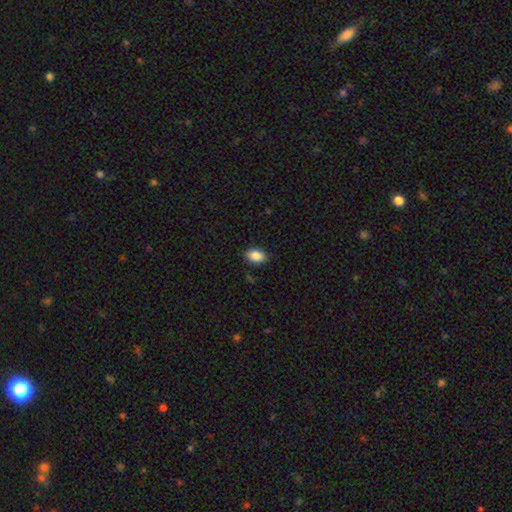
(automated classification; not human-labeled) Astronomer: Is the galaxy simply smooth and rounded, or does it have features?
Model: smooth — 88%.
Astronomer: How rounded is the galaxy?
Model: in between — 85%.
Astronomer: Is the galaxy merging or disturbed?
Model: none — 87%.